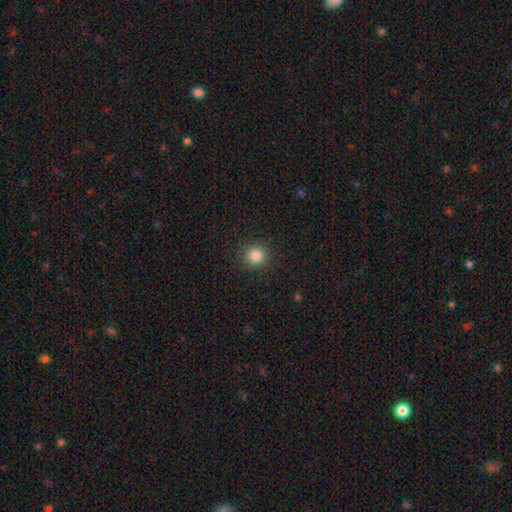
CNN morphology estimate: smooth 83%, star or artifact 12%, featured or disk 5%. Down the decision tree: how rounded — round (94%); merging — none (91%).